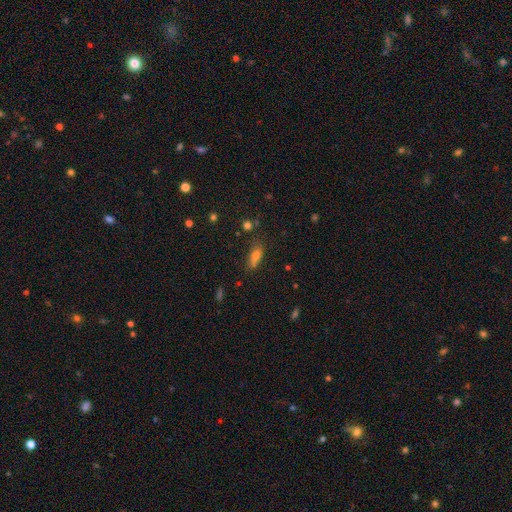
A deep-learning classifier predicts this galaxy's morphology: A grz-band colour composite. It shows a smooth galaxy with no disk features (70%) that is in between round and cigar-shaped (67%). Merging: none (54%).